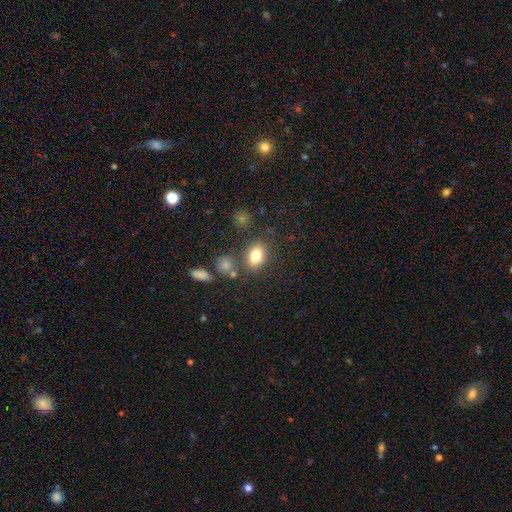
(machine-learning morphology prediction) This appears to be a smooth galaxy with no disk features (80%) that is in between round and cigar-shaped (76%). Merging: none (75%).